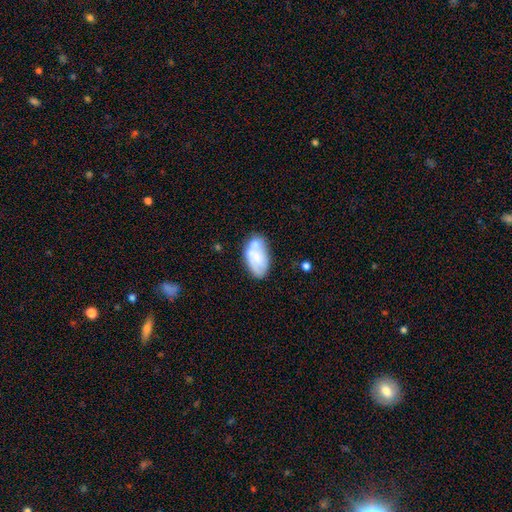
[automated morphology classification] This appears to be a smooth galaxy with no disk features (56%) that is in between round and cigar-shaped (94%). Merging: none (49%).